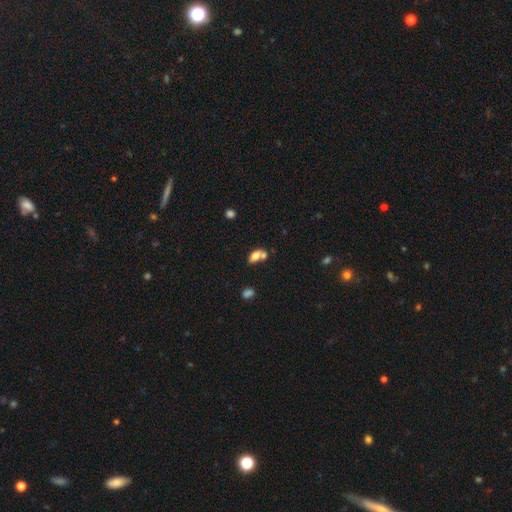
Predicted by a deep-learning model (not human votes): Q: Smooth or featured?
A: smooth (73%); runner-up: featured or disk (17%)
Q: How rounded?
A: in between (84%); runner-up: round (11%)
Q: Merging?
A: merger (48%); runner-up: none (33%)